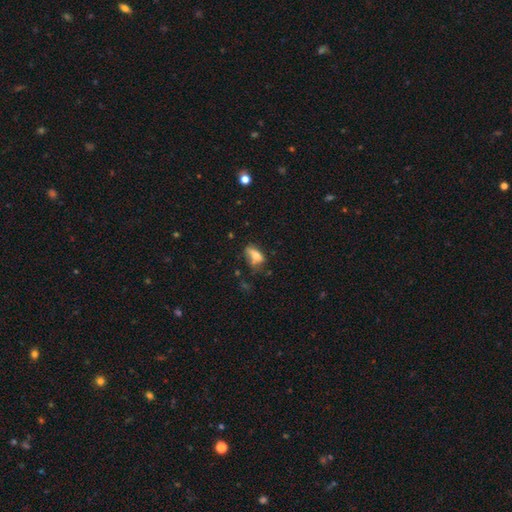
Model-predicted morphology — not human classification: Smooth or featured? Predicted: smooth (p=0.67). How rounded? Predicted: in between (p=0.80). Merging? Predicted: none (p=0.38).